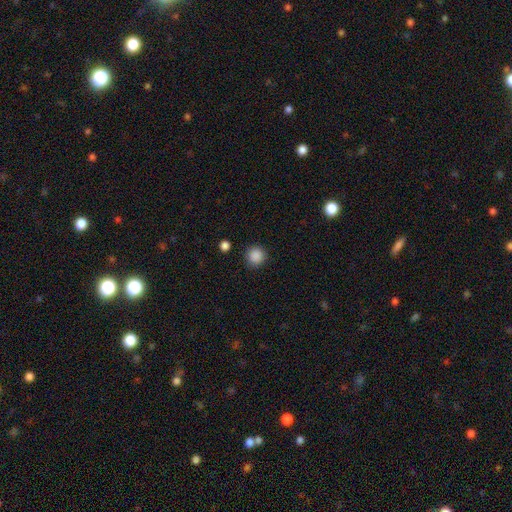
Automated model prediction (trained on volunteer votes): A smooth galaxy with no disk features (88%) that is round (94%). Merging: none (90%).